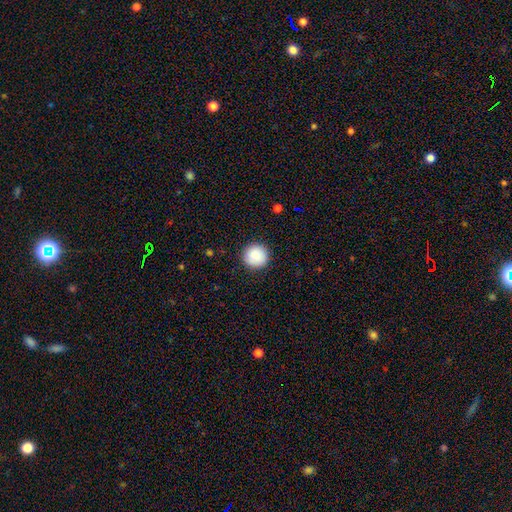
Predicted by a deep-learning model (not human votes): smooth-or-featured: smooth: 88% | star or artifact: 8% | featured or disk: 4%
  how-rounded: round: 95% | in between: 4% | cigar-shaped: 1%
  merging: none: 91% | minor disturbance: 6% | major disturbance: 2% | merger: 1%